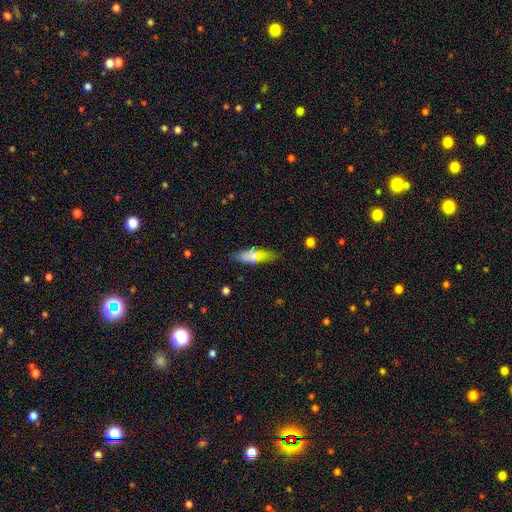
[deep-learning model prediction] Smooth or featured? Predicted: smooth (p=0.71). How rounded? Predicted: cigar-shaped (p=0.49). Merging? Predicted: none (p=0.80).